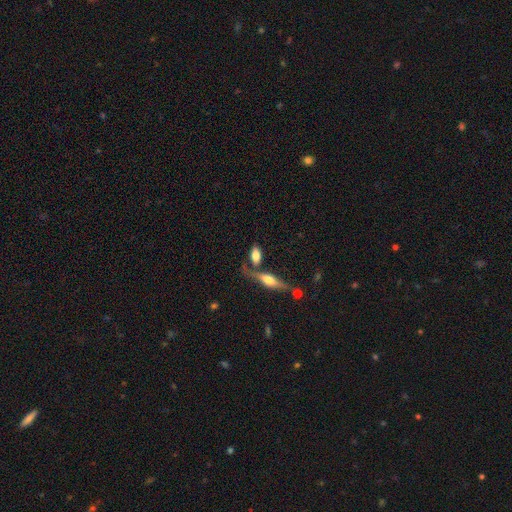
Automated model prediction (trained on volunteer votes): A smooth galaxy with no disk features (70%) that is in between round and cigar-shaped (84%).

Vote fractions:
- Smooth or featured? smooth: 70% / featured or disk: 22% / star or artifact: 7%
- How rounded? in between: 84% / cigar-shaped: 10% / round: 5%
- Merging? none: 58% / merger: 22% / minor disturbance: 15% / major disturbance: 6%